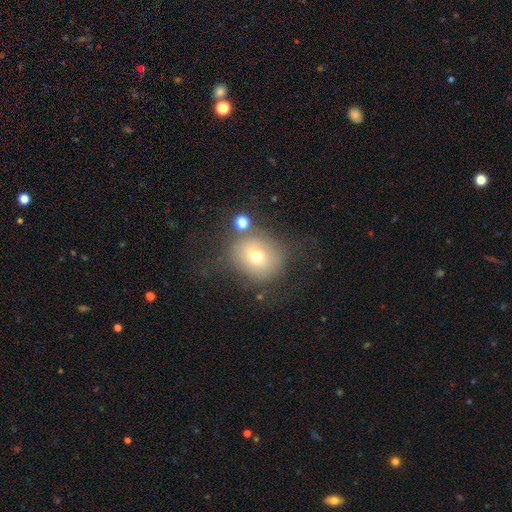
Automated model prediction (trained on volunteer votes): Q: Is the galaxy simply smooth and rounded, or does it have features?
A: smooth — 65%.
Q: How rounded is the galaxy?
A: round — 79%.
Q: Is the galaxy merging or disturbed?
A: none — 63%.